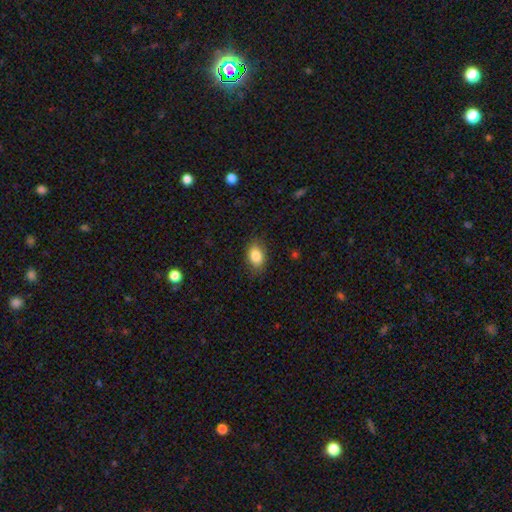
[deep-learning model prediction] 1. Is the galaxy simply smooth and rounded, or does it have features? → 85% smooth, 8% star or artifact, 7% featured or disk.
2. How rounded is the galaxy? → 83% in between, 15% round, 1% cigar-shaped.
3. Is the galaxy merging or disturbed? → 81% none, 14% minor disturbance, 3% major disturbance, 1% merger.